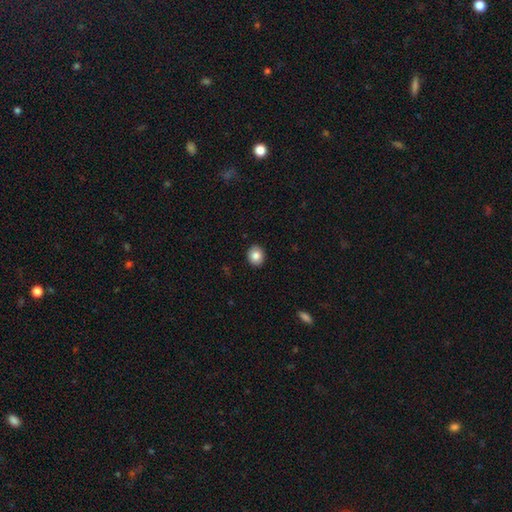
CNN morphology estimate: This appears to be a smooth galaxy with no disk features (85%) that is round (66%). Merging: none (92%).